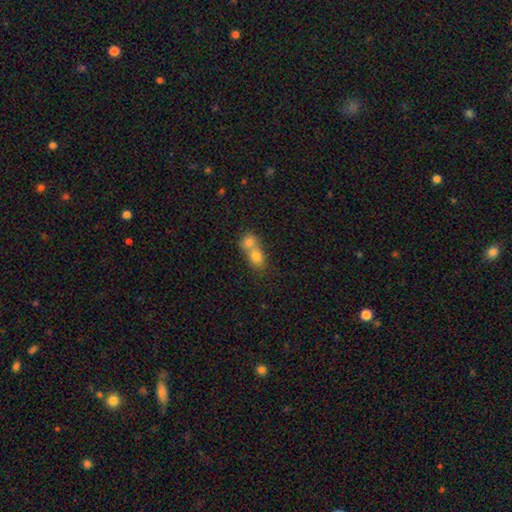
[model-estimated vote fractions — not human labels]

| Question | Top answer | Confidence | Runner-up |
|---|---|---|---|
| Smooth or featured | smooth | 74% | featured or disk (15%) |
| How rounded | round | 54% | in between (44%) |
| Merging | merger | 73% | none (20%) |